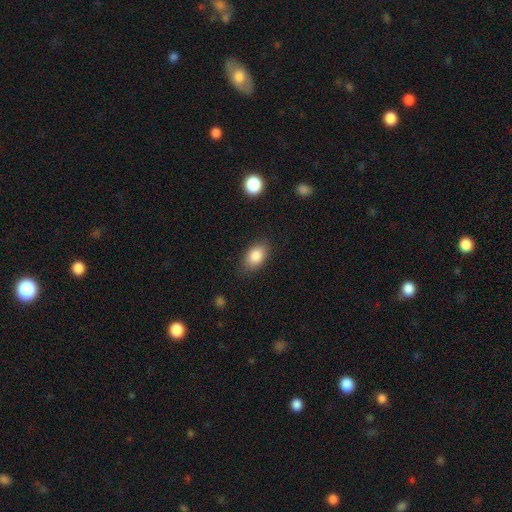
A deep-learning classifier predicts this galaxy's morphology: A smooth galaxy with no disk features (85%) that is in between round and cigar-shaped (87%).

Vote fractions:
- Smooth or featured? smooth: 85% / star or artifact: 8% / featured or disk: 7%
- How rounded? in between: 87% / round: 11% / cigar-shaped: 2%
- Merging? none: 80% / minor disturbance: 15% / major disturbance: 4% / merger: 1%